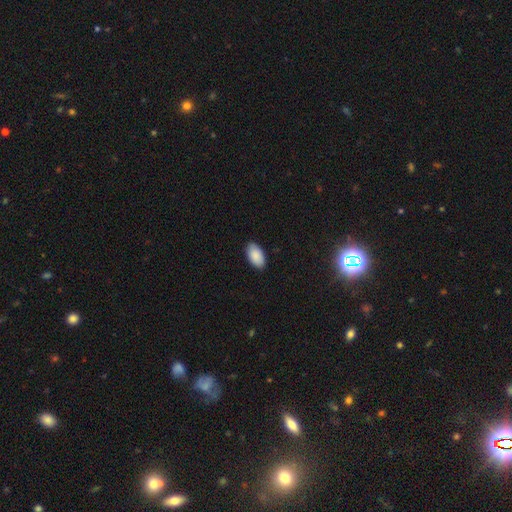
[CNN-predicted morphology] This is clearly a smooth galaxy (90%). How rounded: clearly in between (96%). Merging: clearly none (88%).